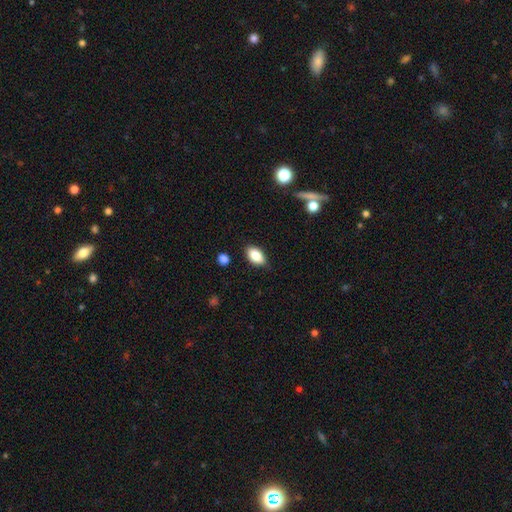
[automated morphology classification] Smooth or featured: smooth — 83% (featured or disk — 9%)
How rounded: in between — 90% (round — 6%)
Merging: none — 83% (minor disturbance — 13%)